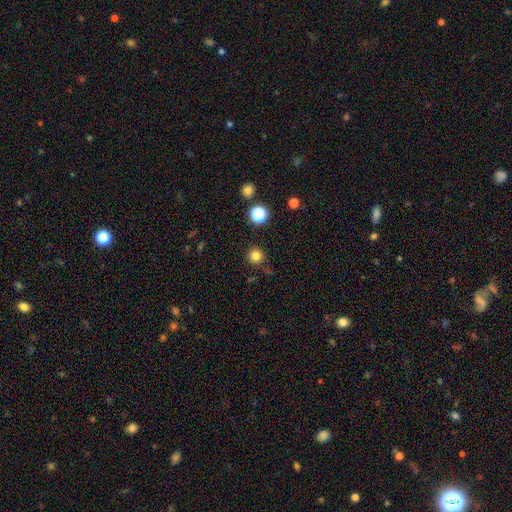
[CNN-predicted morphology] A smooth galaxy with no disk features (81%) that is round (96%). Merging: none (89%).